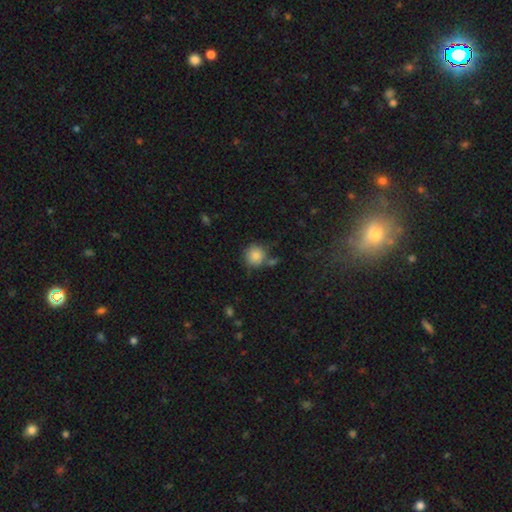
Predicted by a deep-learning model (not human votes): Smooth or featured? Predicted: smooth (p=0.85). How rounded? Predicted: round (p=0.92). Merging? Predicted: none (p=0.71).